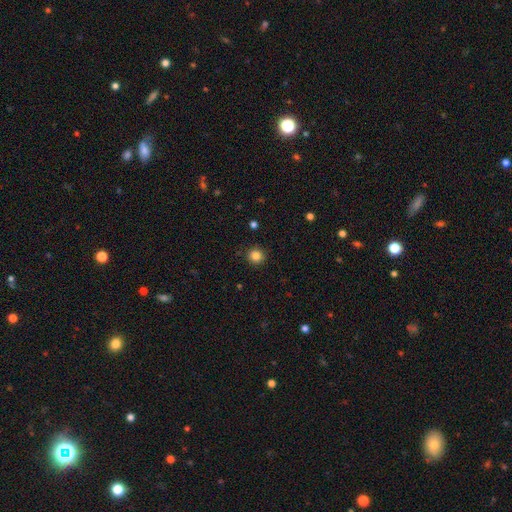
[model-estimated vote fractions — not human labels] Overall: smooth (84%). How rounded: round (94%). Merging: none (91%).